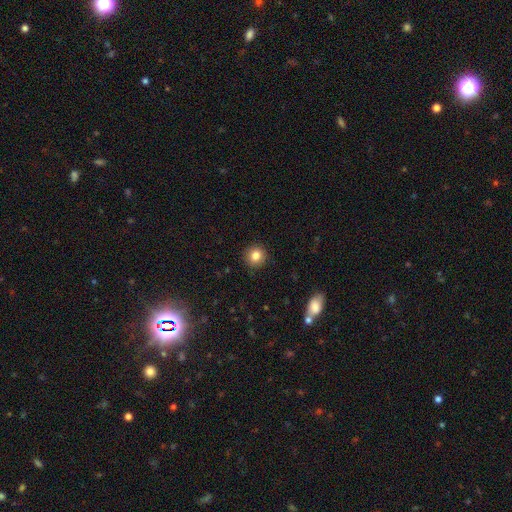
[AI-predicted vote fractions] Smooth or featured? smooth (83%)
How rounded? round (92%)
Merging? none (91%)